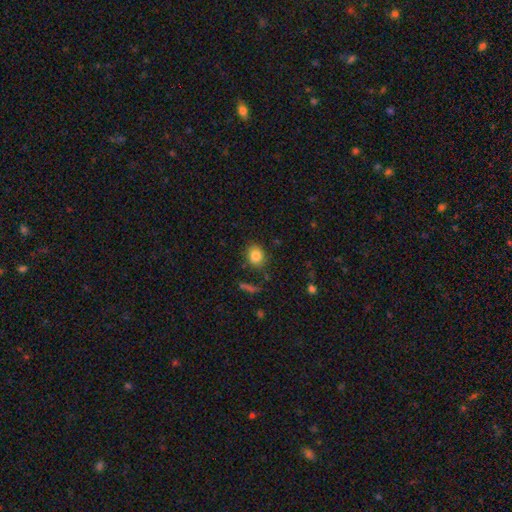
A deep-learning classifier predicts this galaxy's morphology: The model was most divided on "how rounded": round: 65%, in between: 34%, cigar-shaped: 1%. More confident: smooth or featured — smooth (84%); merging — none (82%).